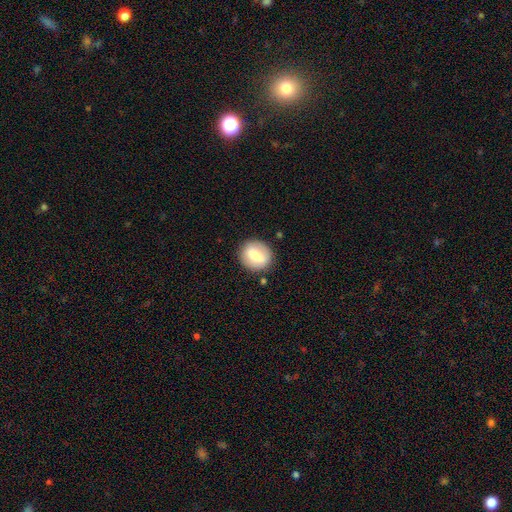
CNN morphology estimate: Smooth or featured? smooth (68%)
How rounded? round (76%)
Merging? none (83%)